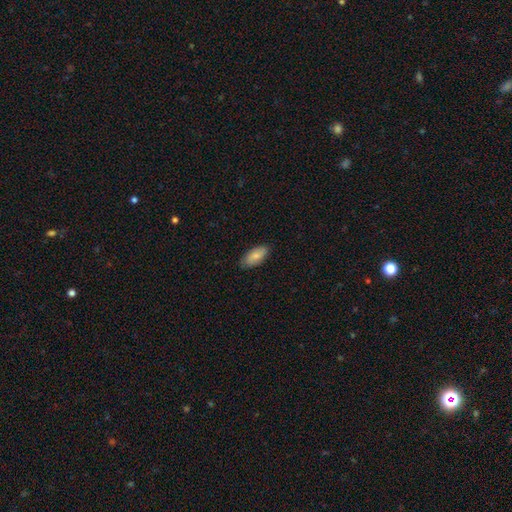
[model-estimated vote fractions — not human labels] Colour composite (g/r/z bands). It shows a smooth galaxy with no disk features (80%) that is in between round and cigar-shaped (90%). Merging: none (85%).